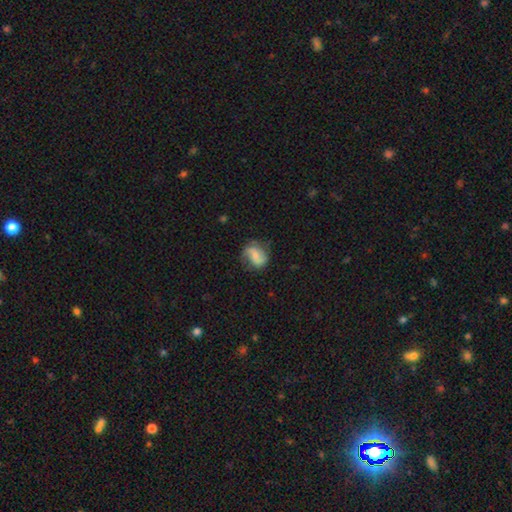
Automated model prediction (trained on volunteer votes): Q: Smooth or featured?
A: featured or disk (68%); runner-up: smooth (25%)
Q: Edge-on disk?
A: no (97%); runner-up: yes (3%)
Q: Bar?
A: no (46%); runner-up: weak (40%)
Q: Spiral arms?
A: yes (92%); runner-up: no (8%)
Q: Spiral winding?
A: medium (42%); runner-up: loose (41%)
Q: Spiral arm count?
A: 2 (83%); runner-up: can't tell (7%)
Q: Bulge size?
A: small (50%); runner-up: moderate (40%)
Q: Merging?
A: none (68%); runner-up: minor disturbance (22%)